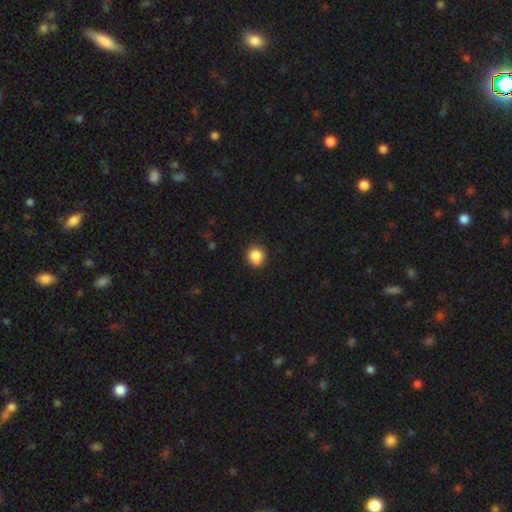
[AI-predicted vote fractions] A smooth galaxy with no disk features (87%) that is round (87%). Merging: none (87%).